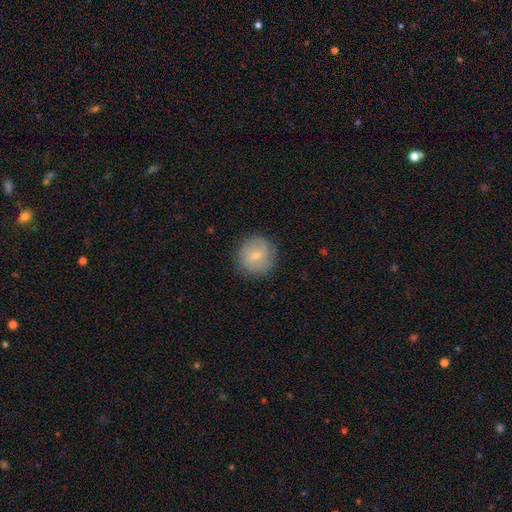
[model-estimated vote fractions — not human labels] smooth_or_featured: smooth (p=0.61) [alt: featured or disk p=0.31]
how_rounded: round (p=0.91) [alt: in between p=0.08]
merging: none (p=0.83) [alt: minor disturbance p=0.13]